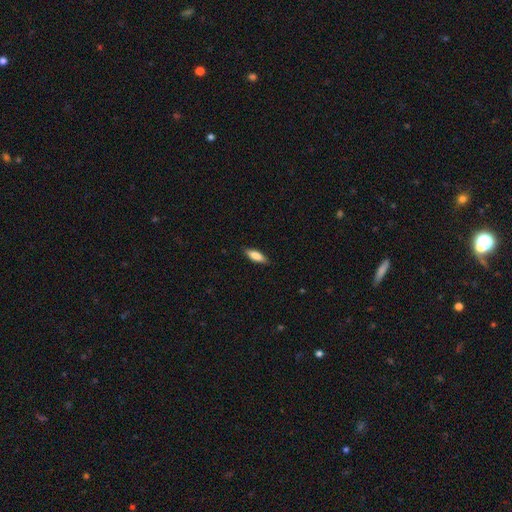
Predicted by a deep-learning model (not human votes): A smooth galaxy with no disk features (81%) that is in between round and cigar-shaped (57%). Merging: none (86%).